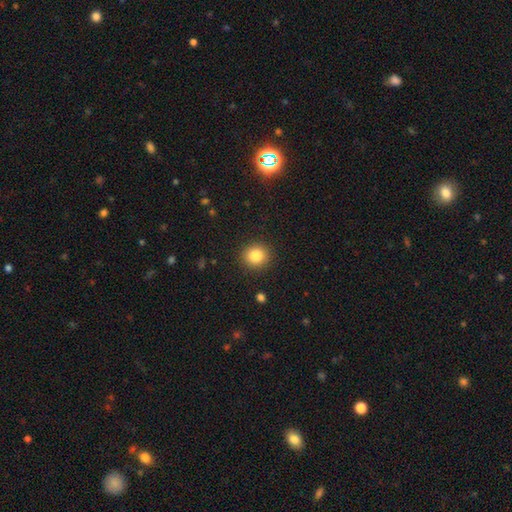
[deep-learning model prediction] This is clearly a smooth galaxy (83%). How rounded: clearly round (90%). Merging: clearly none (90%).